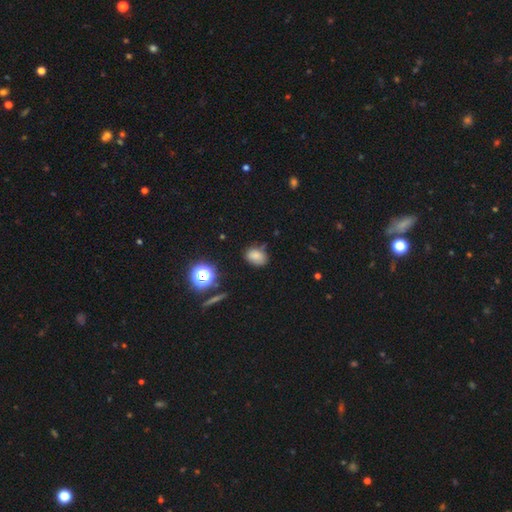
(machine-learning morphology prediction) Smooth or featured? Predicted: smooth (p=0.79). How rounded? Predicted: in between (p=0.74). Merging? Predicted: none (p=0.70).